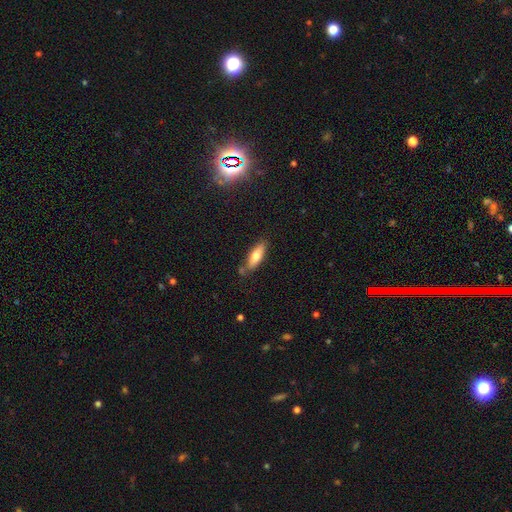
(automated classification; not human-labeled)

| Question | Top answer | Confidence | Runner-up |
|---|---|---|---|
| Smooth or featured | smooth | 71% | featured or disk (22%) |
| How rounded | in between | 54% | cigar-shaped (44%) |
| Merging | none | 75% | minor disturbance (15%) |